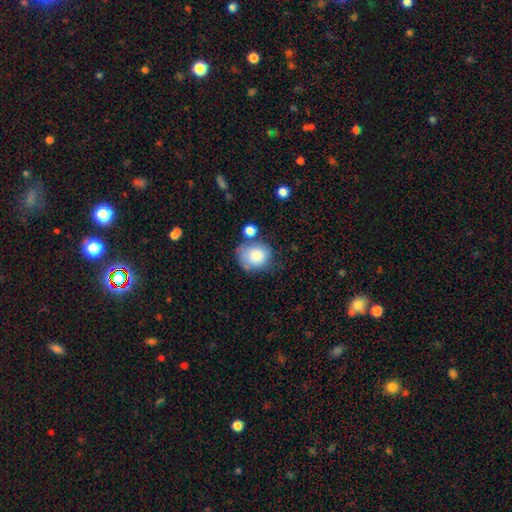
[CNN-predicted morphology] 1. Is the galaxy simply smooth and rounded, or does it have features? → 81% smooth, 11% featured or disk, 8% star or artifact.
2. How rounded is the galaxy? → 67% round, 32% in between, 1% cigar-shaped.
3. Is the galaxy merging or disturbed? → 51% none, 23% minor disturbance, 16% merger, 9% major disturbance.